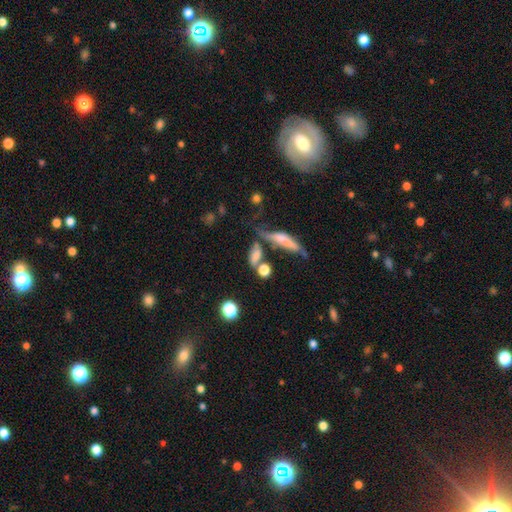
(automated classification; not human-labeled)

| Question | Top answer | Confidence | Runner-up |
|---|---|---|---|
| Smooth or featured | smooth | 66% | featured or disk (20%) |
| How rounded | in between | 61% | cigar-shaped (27%) |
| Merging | none | 37% | merger (35%) |